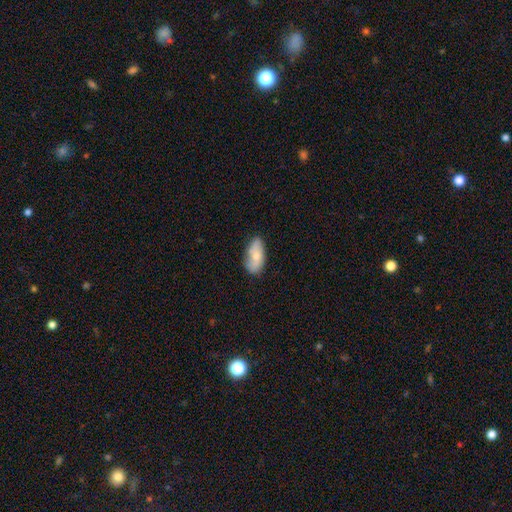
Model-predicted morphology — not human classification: smooth-or-featured: smooth: 68% | featured or disk: 25% | star or artifact: 6%
  how-rounded: in between: 91% | cigar-shaped: 5% | round: 3%
  merging: none: 65% | minor disturbance: 25% | major disturbance: 6% | merger: 4%